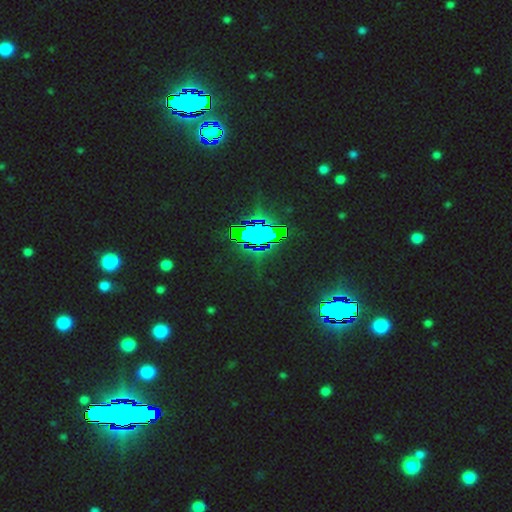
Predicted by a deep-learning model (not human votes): A star or artifact, not a galaxy (83%).

Vote fractions:
- Smooth or featured? star or artifact: 83% / smooth: 10% / featured or disk: 8%